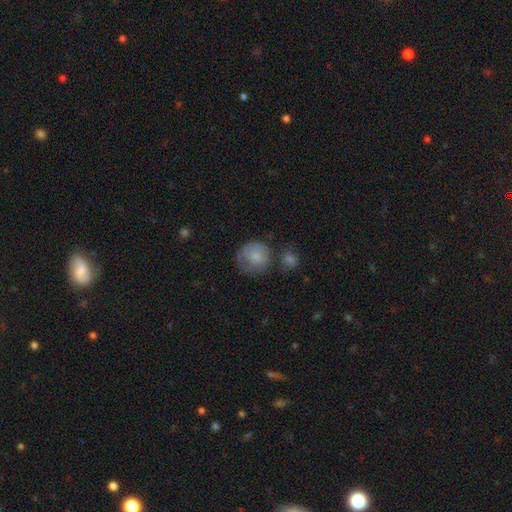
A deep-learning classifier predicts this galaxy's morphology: Overall: smooth (71%). How rounded: round (80%). Merging: none (43%; minor disturbance 25%).